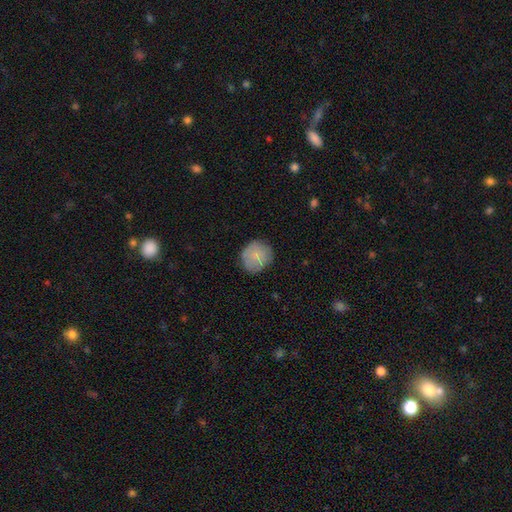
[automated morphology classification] The model was most divided on "merging": none: 78%, minor disturbance: 17%, major disturbance: 4%, merger: 2%. More confident: how rounded — round (86%); smooth or featured — smooth (79%).